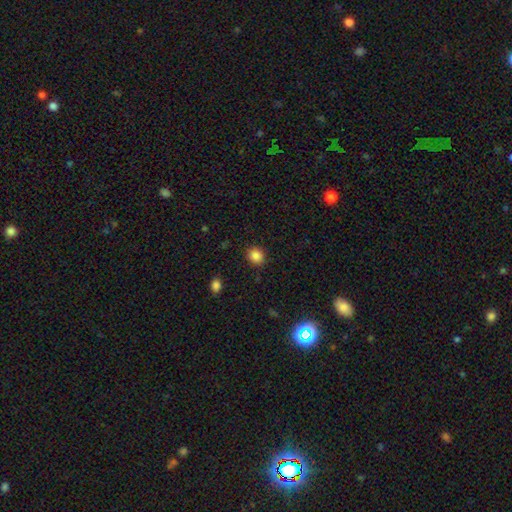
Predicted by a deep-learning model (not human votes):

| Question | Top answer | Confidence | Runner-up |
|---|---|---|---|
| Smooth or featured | smooth | 86% | star or artifact (11%) |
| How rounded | round | 83% | in between (16%) |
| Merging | none | 90% | minor disturbance (7%) |